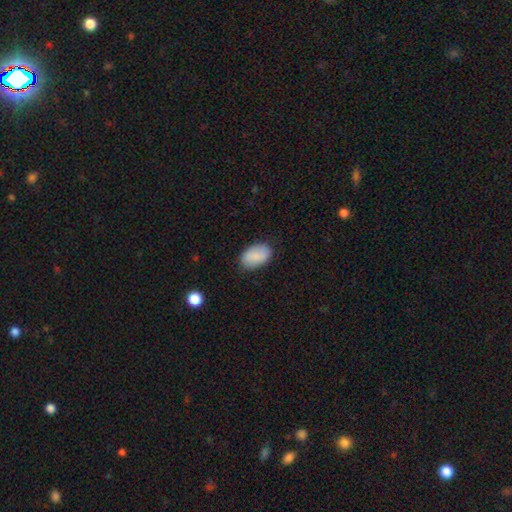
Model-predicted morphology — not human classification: This appears to be a smooth galaxy with no disk features (87%) that is in between round and cigar-shaped (93%). Merging: none (83%).